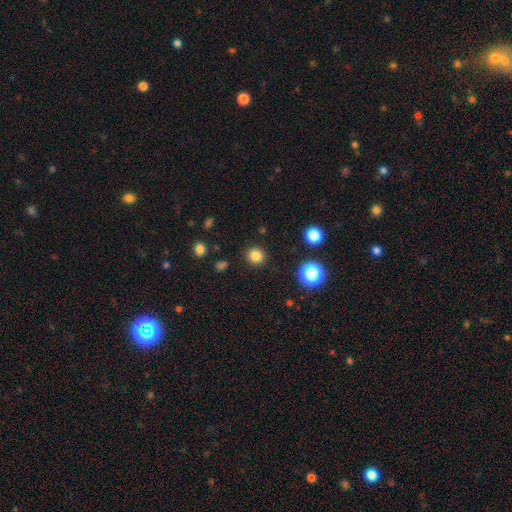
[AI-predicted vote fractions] smooth_or_featured: smooth (p=0.83) [alt: star or artifact p=0.13]
how_rounded: round (p=0.91) [alt: in between p=0.08]
merging: none (p=0.91) [alt: minor disturbance p=0.06]